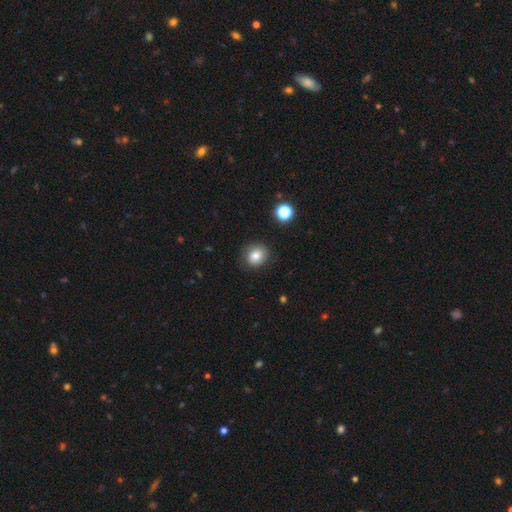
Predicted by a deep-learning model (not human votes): A smooth galaxy with no disk features (79%) that is round (74%). Merging: none (84%).